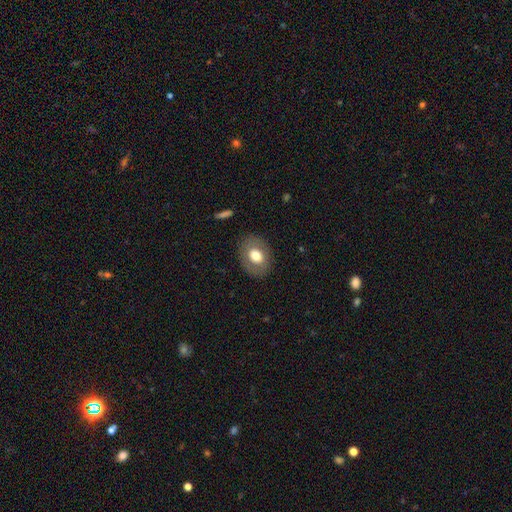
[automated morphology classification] smooth 66%, featured or disk 26%, star or artifact 7%. Down the decision tree: how rounded — in between (61%); merging — none (85%).